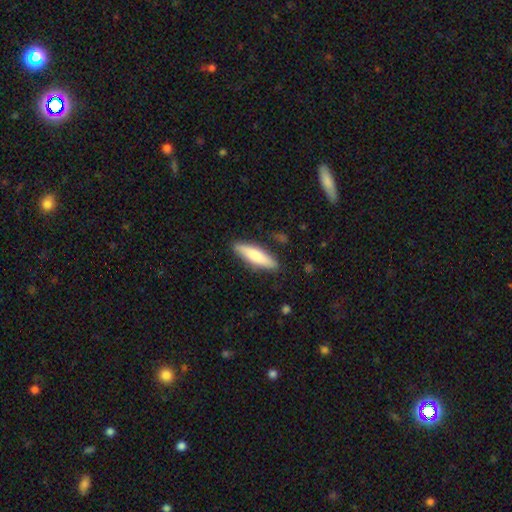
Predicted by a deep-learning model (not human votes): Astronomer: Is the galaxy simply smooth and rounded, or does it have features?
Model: smooth — 72%.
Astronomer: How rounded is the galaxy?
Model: cigar-shaped — 73%.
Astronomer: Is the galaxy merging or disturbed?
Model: none — 86%.